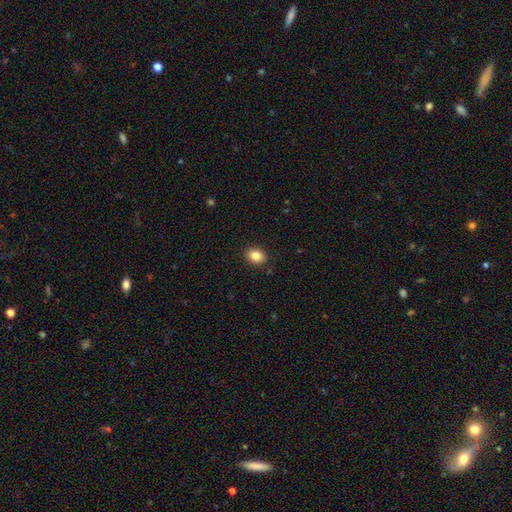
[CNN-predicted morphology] Overall: smooth (85%). How rounded: round (51%; in between 48%). Merging: none (89%).